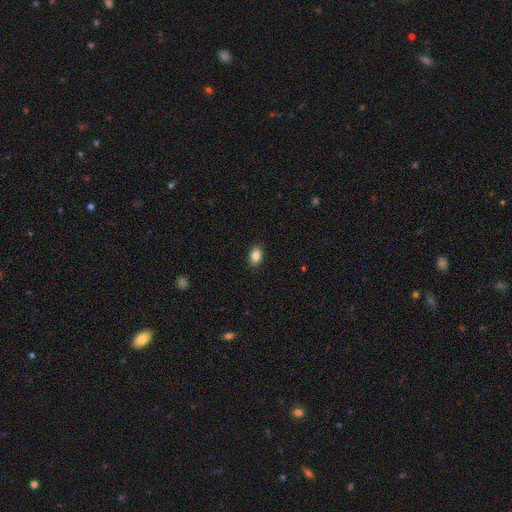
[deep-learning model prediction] smooth-or-featured: smooth: 86% | star or artifact: 8% | featured or disk: 5%
  how-rounded: in between: 85% | round: 14% | cigar-shaped: 1%
  merging: none: 89% | minor disturbance: 8% | major disturbance: 2% | merger: 1%